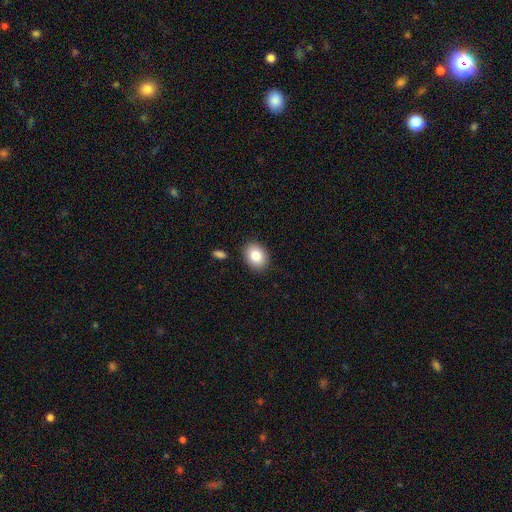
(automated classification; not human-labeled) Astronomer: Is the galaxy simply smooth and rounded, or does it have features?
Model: smooth — 84%.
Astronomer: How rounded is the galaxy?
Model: in between — 60% (runner-up: round, 39%).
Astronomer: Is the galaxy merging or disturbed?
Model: none — 88%.